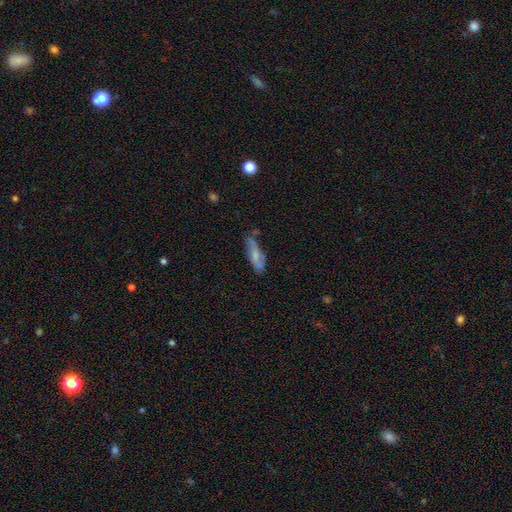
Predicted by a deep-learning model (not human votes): The model was most divided on "how rounded" (2-way tie): cigar-shaped: 49%, in between: 49%, round: 2%. More confident: smooth or featured — smooth (55%); merging — none (54%).